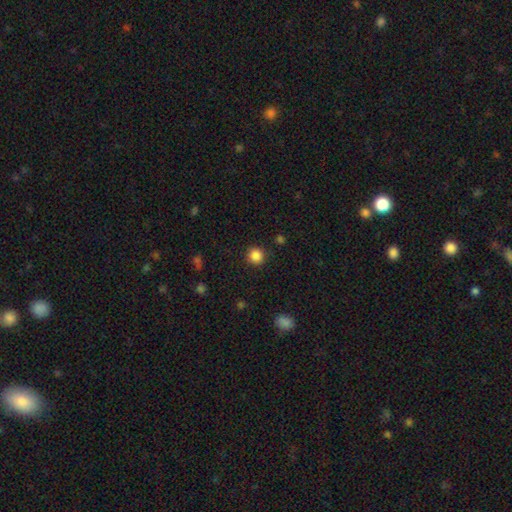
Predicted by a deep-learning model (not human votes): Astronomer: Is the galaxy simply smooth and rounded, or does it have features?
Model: smooth — 86%.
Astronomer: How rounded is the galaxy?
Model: round — 92%.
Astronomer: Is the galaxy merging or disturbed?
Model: none — 91%.